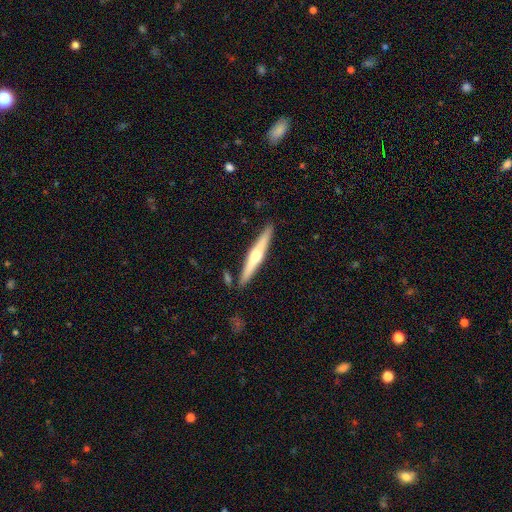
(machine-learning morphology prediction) Smooth or featured? featured or disk (61%)
Edge-on disk? yes (97%)
Edge-on bulge? rounded (88%)
Merging? none (88%)